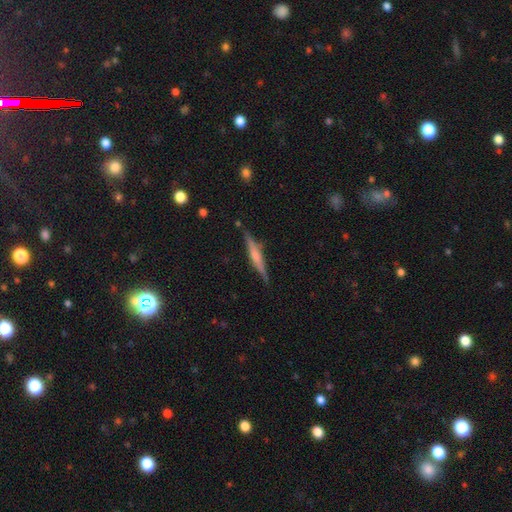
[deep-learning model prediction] Smooth or featured? Predicted: featured or disk (p=0.60). Edge-on disk? Predicted: yes (p=0.97). Edge-on bulge? Predicted: rounded (p=0.52). Merging? Predicted: none (p=0.85).